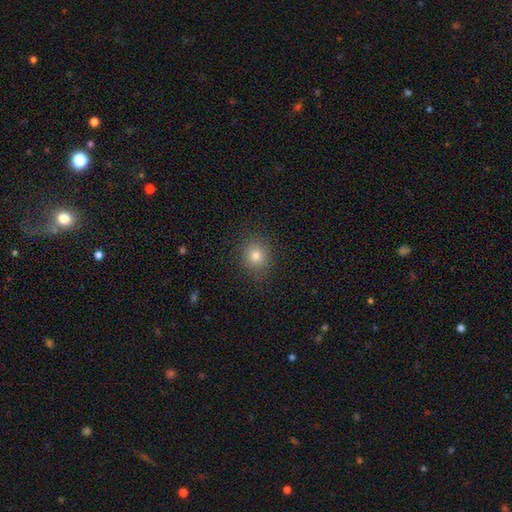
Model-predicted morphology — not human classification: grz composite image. It shows a smooth galaxy with no disk features (77%) that is round (84%). Merging: none (87%).